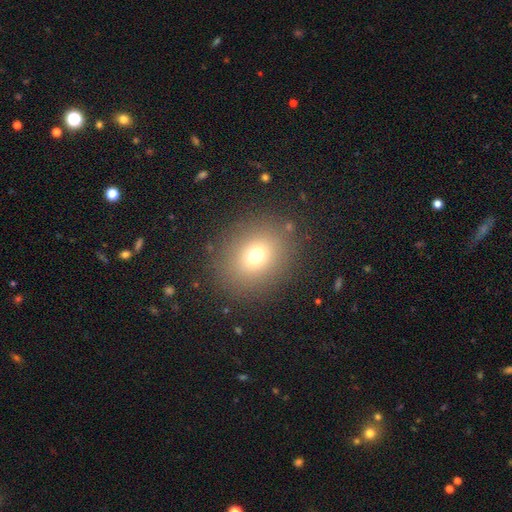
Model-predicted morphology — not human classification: Overall: smooth (71%). How rounded: round (63%; in between 36%). Merging: none (86%).